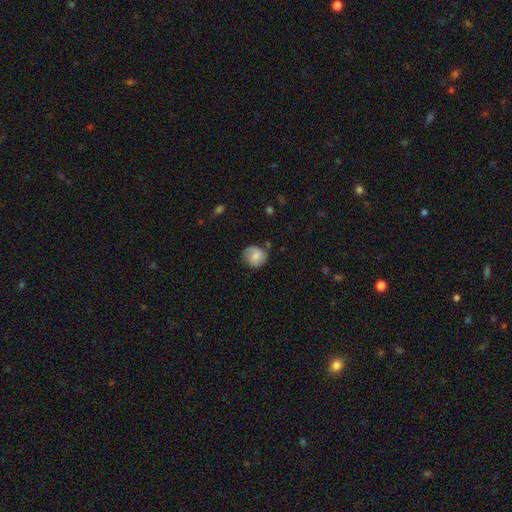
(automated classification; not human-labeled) smooth-or-featured: smooth: 74% | featured or disk: 18% | star or artifact: 8%
  how-rounded: round: 84% | in between: 15% | cigar-shaped: 1%
  merging: none: 70% | minor disturbance: 21% | major disturbance: 6% | merger: 3%